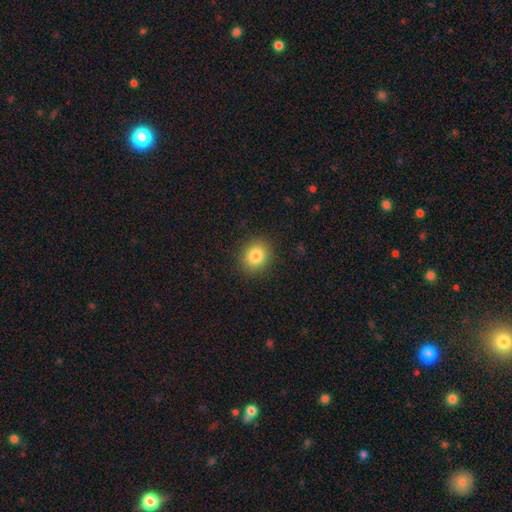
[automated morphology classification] This is clearly a smooth galaxy (83%). How rounded: likely round (68%). Merging: clearly none (89%).